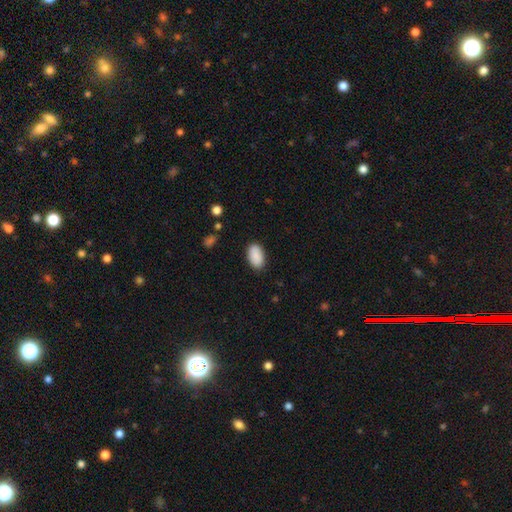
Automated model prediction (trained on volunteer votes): The model was most divided on "merging": none: 86%, minor disturbance: 10%, major disturbance: 2%, merger: 1%. More confident: how rounded — in between (94%); smooth or featured — smooth (90%).